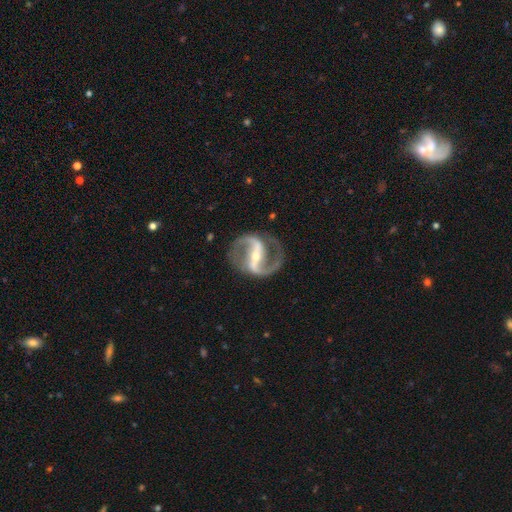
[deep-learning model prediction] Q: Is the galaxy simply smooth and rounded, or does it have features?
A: featured or disk — 93%.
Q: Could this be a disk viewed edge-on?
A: no — 97%.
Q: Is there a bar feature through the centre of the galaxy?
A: strong — 68%.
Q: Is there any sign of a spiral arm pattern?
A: yes — 98%.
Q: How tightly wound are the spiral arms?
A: medium — 58%.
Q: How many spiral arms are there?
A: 2 — 94%.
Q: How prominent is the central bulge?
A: small — 59%.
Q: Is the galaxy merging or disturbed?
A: none — 84%.